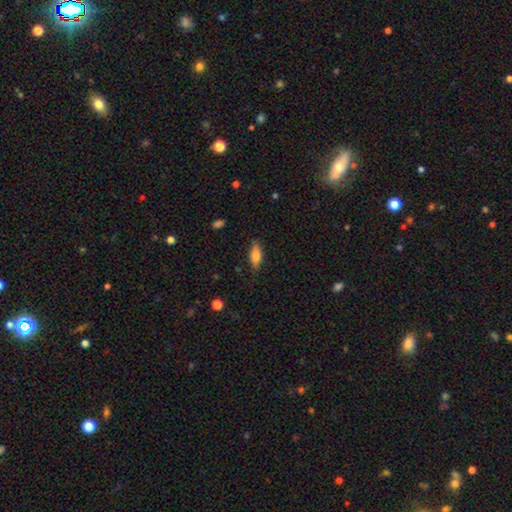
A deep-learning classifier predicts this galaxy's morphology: Smooth or featured?
  - smooth: 77% *
  - featured or disk: 16%
  - star or artifact: 7%
How rounded?
  - in between: 76% *
  - cigar-shaped: 22%
  - round: 3%
Merging?
  - none: 80% *
  - minor disturbance: 15%
  - major disturbance: 3%
  - merger: 1%